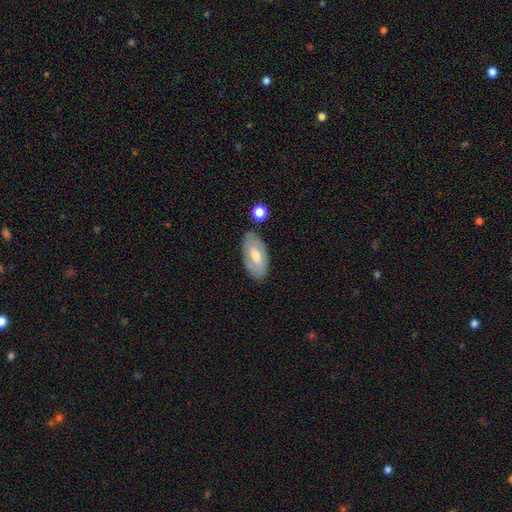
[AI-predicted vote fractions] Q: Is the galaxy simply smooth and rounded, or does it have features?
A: featured or disk — 53%.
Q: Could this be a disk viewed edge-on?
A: no — 86%.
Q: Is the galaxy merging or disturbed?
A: none — 78%.